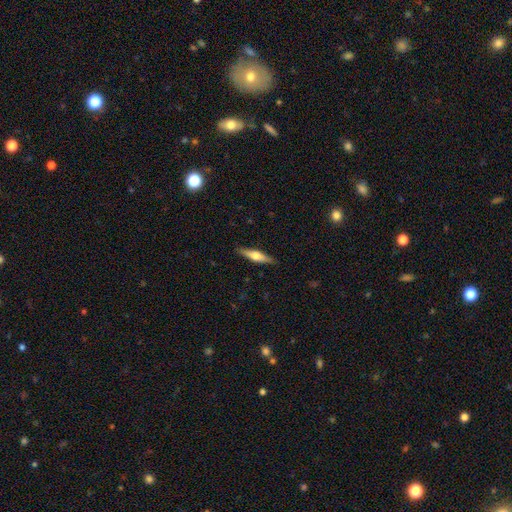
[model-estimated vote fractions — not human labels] Smooth or featured? Predicted: featured or disk (p=0.53). Edge-on disk? Predicted: yes (p=0.95). Merging? Predicted: none (p=0.89).